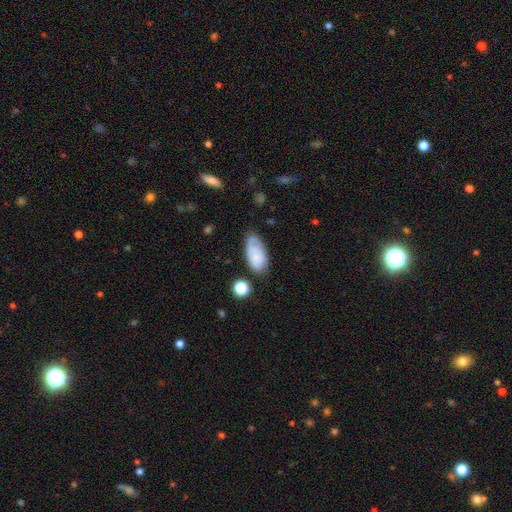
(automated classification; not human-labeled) A smooth galaxy with no disk features (66%) that is in between round and cigar-shaped (92%).

Vote fractions:
- Smooth or featured? smooth: 66% / featured or disk: 26% / star or artifact: 9%
- How rounded? in between: 92% / cigar-shaped: 5% / round: 4%
- Merging? none: 61% / minor disturbance: 26% / major disturbance: 8% / merger: 5%